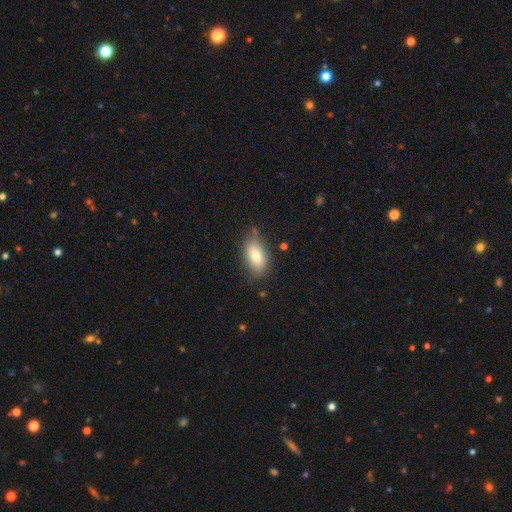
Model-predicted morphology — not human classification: This is likely a smooth galaxy (77%). How rounded: clearly in between (91%). Merging: likely none (71%).